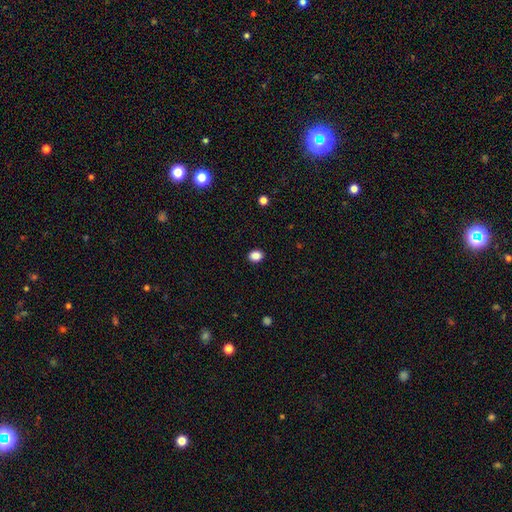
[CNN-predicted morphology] Smooth or featured: smooth — 87% (star or artifact — 10%)
How rounded: round — 55% (in between — 44%)
Merging: none — 91% (minor disturbance — 6%)